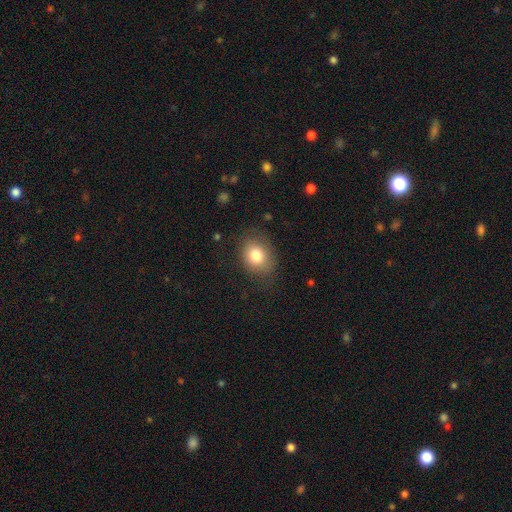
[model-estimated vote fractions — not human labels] The model was most divided on "how rounded": in between: 51%, round: 48%, cigar-shaped: 1%. More confident: smooth or featured — smooth (81%); merging — none (77%).